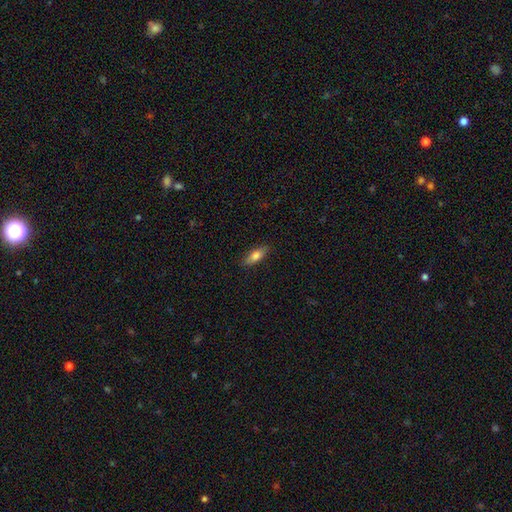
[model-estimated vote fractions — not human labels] Overall: smooth (75%). How rounded: in between (68%; cigar-shaped 29%). Merging: none (86%).